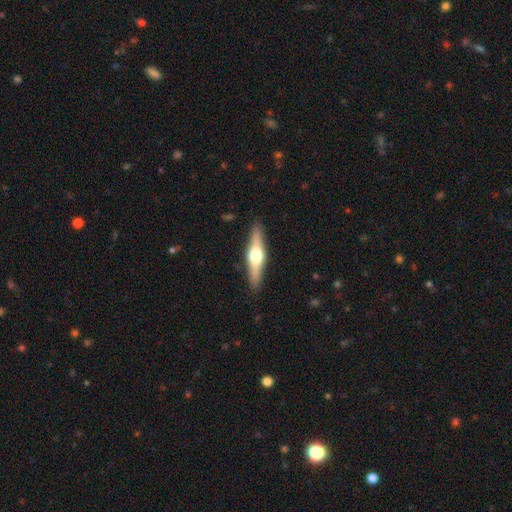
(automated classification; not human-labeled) Smooth or featured?
  - featured or disk: 63% *
  - smooth: 32%
  - star or artifact: 5%
Edge-on disk?
  - yes: 95% *
  - no: 5%
Edge-on bulge?
  - rounded: 94% *
  - boxy: 4%
  - none: 2%
Merging?
  - none: 89% *
  - minor disturbance: 8%
  - major disturbance: 2%
  - merger: 1%